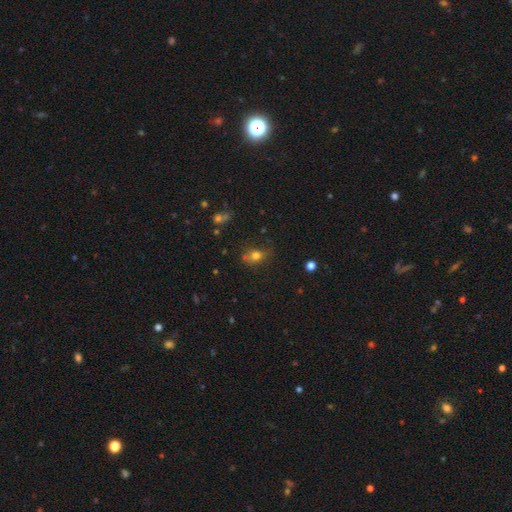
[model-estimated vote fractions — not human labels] Smooth or featured?
  - smooth: 73% *
  - star or artifact: 16%
  - featured or disk: 11%
How rounded?
  - in between: 54% *
  - round: 44%
  - cigar-shaped: 2%
Merging?
  - none: 65% *
  - minor disturbance: 22%
  - major disturbance: 7%
  - merger: 6%